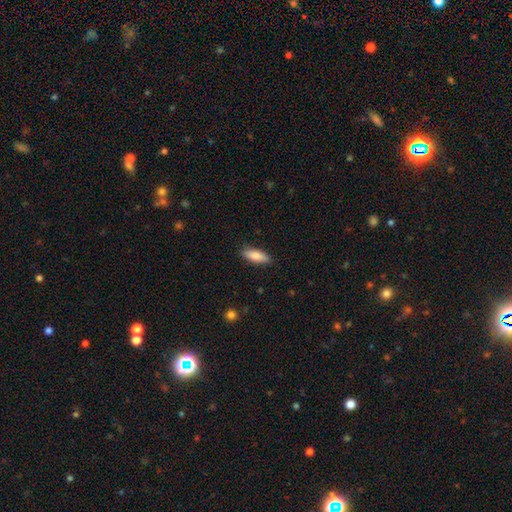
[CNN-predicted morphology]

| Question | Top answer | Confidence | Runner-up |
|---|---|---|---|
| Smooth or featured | smooth | 83% | featured or disk (11%) |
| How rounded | in between | 65% | cigar-shaped (33%) |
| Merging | none | 88% | minor disturbance (9%) |